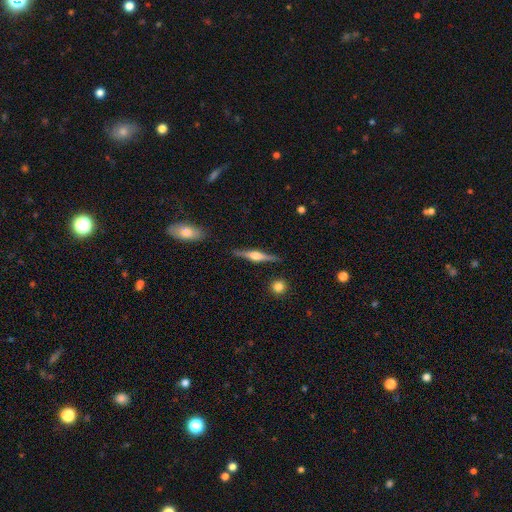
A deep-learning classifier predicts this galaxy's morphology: This appears to be a featured or disk galaxy (75%) viewed edge-on (98%) with a rounded central bulge (90%). Merging: none (88%).